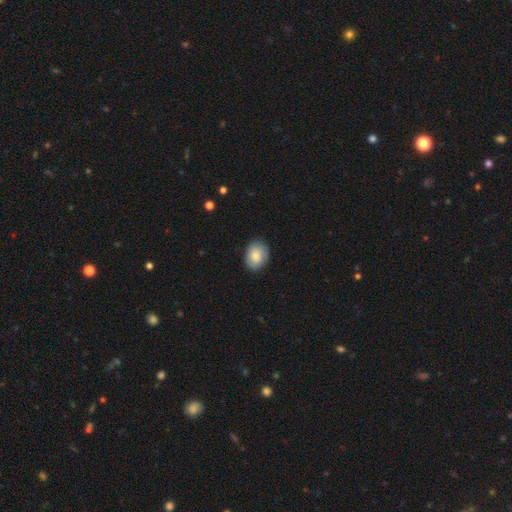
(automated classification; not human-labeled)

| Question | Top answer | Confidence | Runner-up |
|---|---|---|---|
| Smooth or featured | smooth | 82% | featured or disk (11%) |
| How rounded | in between | 66% | round (33%) |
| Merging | none | 85% | minor disturbance (12%) |